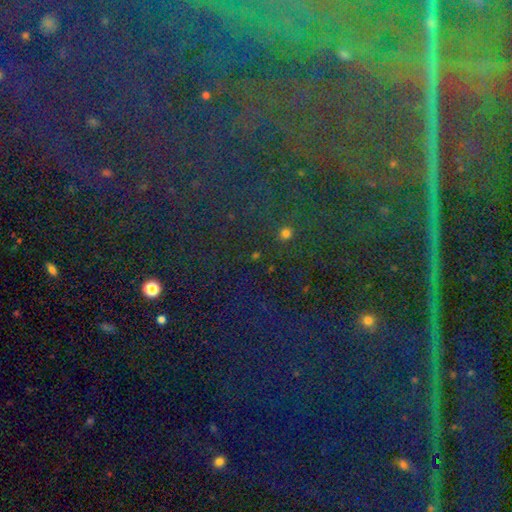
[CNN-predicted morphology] Smooth or featured? star or artifact (65%)